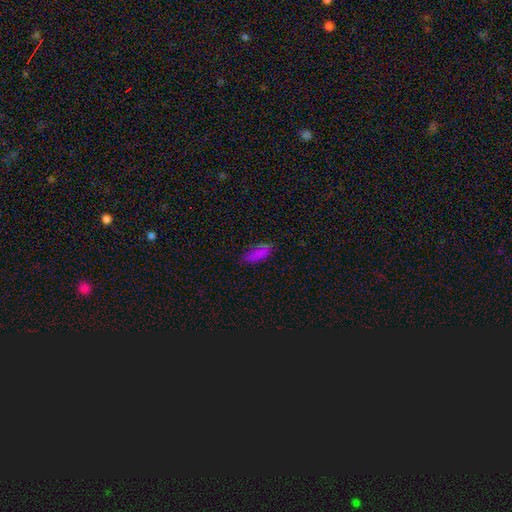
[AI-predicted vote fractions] A smooth galaxy with no disk features (79%) that is in between round and cigar-shaped (83%). Merging: none (71%).